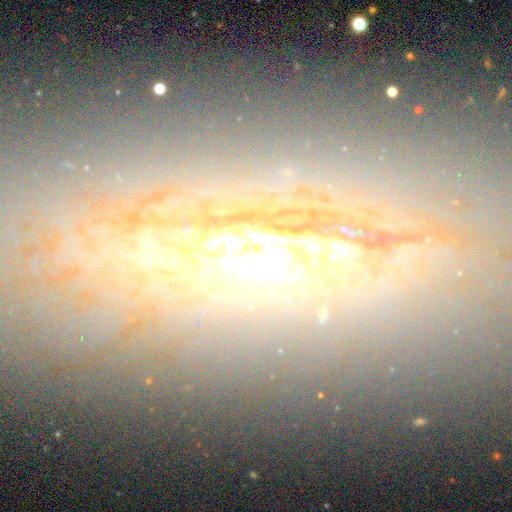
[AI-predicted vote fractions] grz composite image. It shows a featured or disk galaxy (64%) viewed edge-on (56%). Merging: none (79%).